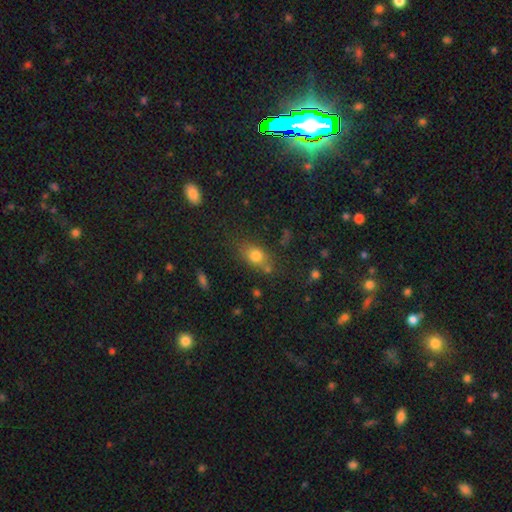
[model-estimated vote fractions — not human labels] Overall: smooth (76%). How rounded: in between (63%; round 33%). Merging: none (67%).